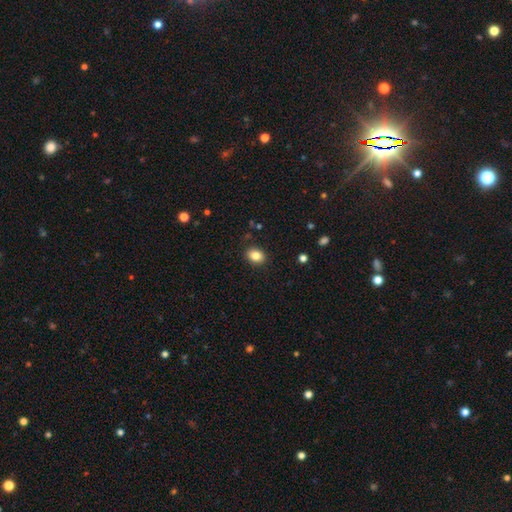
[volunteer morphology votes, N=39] Smooth or featured? smooth (85%)
How rounded? in between (55%)
Merging? none (81%)